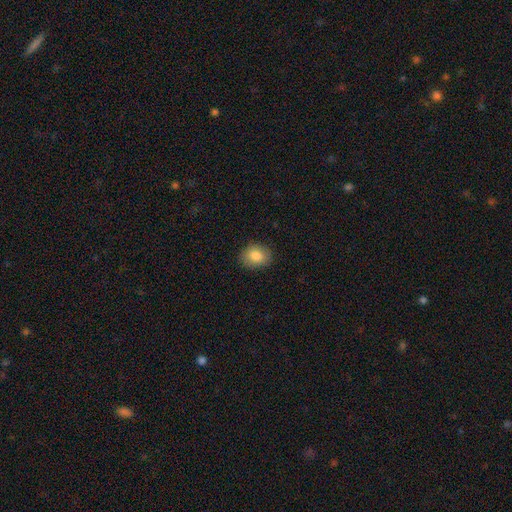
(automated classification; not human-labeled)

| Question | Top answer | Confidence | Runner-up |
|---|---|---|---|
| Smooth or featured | smooth | 84% | star or artifact (8%) |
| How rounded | in between | 51% | round (48%) |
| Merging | none | 87% | minor disturbance (10%) |